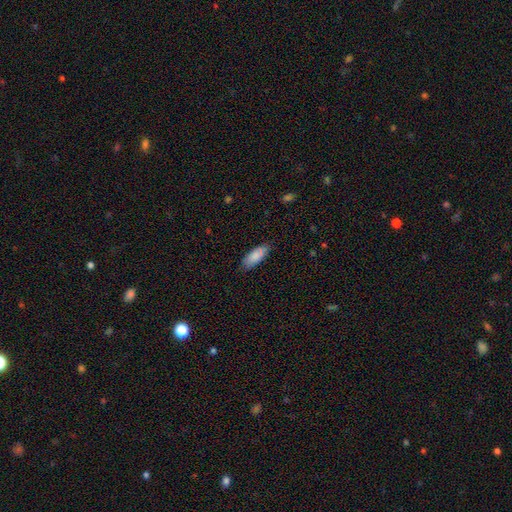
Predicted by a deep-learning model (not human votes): Q: Smooth or featured?
A: smooth (85%); runner-up: featured or disk (9%)
Q: How rounded?
A: in between (79%); runner-up: cigar-shaped (19%)
Q: Merging?
A: none (81%); runner-up: minor disturbance (15%)